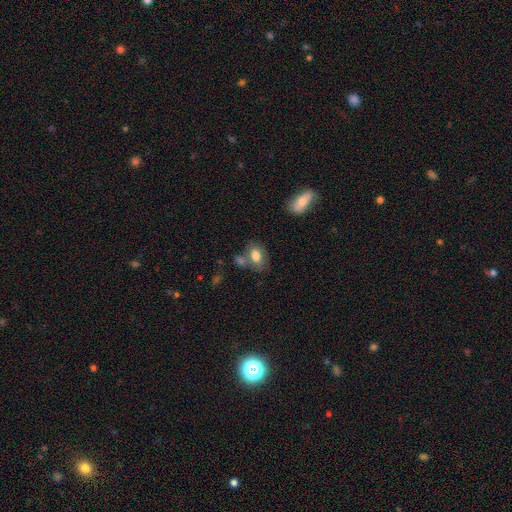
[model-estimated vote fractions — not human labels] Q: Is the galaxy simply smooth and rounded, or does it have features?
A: smooth — 79%.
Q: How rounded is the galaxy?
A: in between — 83%.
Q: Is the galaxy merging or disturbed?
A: none — 54%.